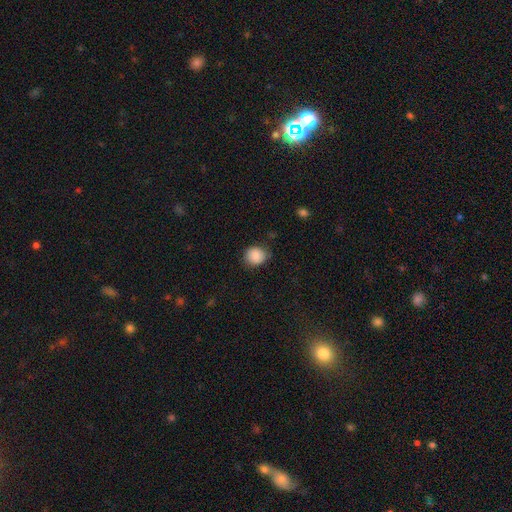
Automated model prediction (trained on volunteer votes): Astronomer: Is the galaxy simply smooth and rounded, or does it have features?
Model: smooth — 85%.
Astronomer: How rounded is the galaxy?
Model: round — 78%.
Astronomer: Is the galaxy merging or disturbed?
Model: none — 79%.